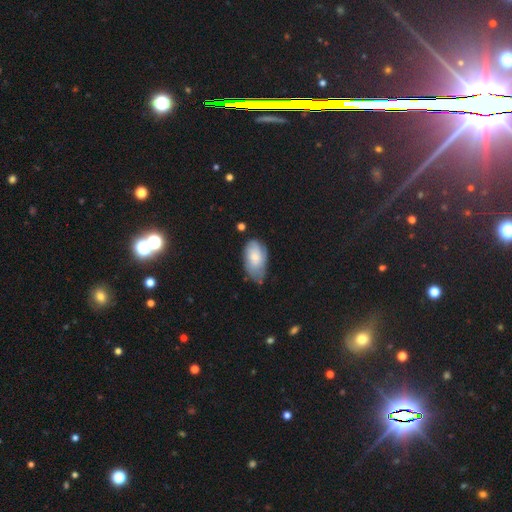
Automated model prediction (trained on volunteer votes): Smooth or featured?
  - smooth: 66% *
  - featured or disk: 28%
  - star or artifact: 7%
How rounded?
  - in between: 93% *
  - round: 4%
  - cigar-shaped: 3%
Merging?
  - none: 50% *
  - minor disturbance: 37%
  - major disturbance: 9%
  - merger: 3%